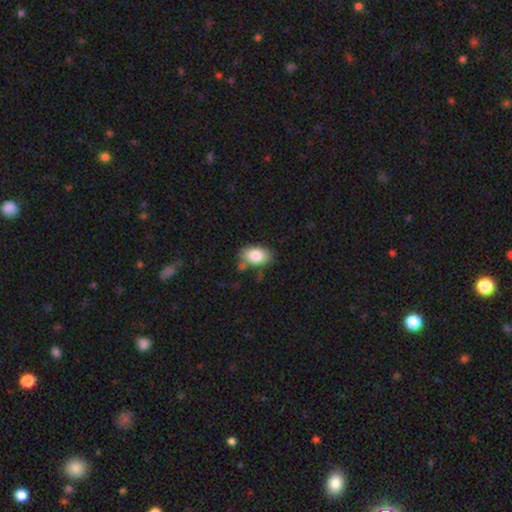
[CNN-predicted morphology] Q: Smooth or featured?
A: smooth (83%); runner-up: featured or disk (10%)
Q: How rounded?
A: in between (88%); runner-up: round (10%)
Q: Merging?
A: none (69%); runner-up: minor disturbance (20%)